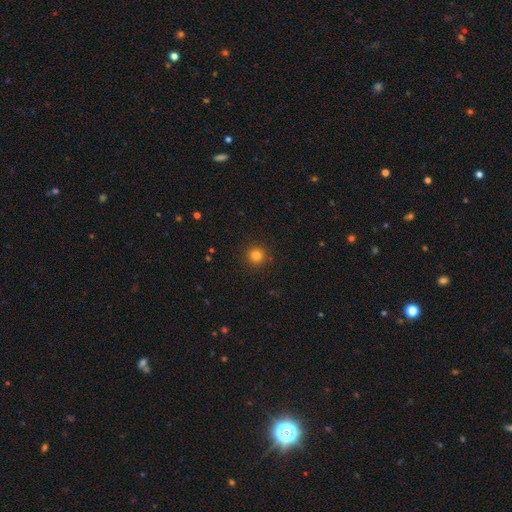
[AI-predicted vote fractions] Q: Smooth or featured?
A: smooth (81%); runner-up: star or artifact (14%)
Q: How rounded?
A: round (95%); runner-up: in between (4%)
Q: Merging?
A: none (92%); runner-up: minor disturbance (5%)